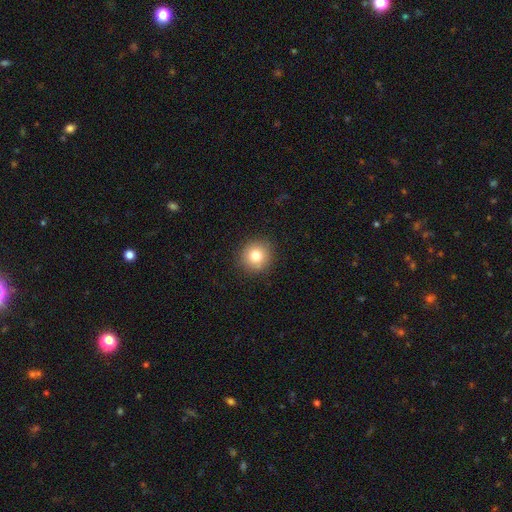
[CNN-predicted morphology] Smooth or featured? Predicted: smooth (p=0.79). How rounded? Predicted: round (p=0.92). Merging? Predicted: none (p=0.90).